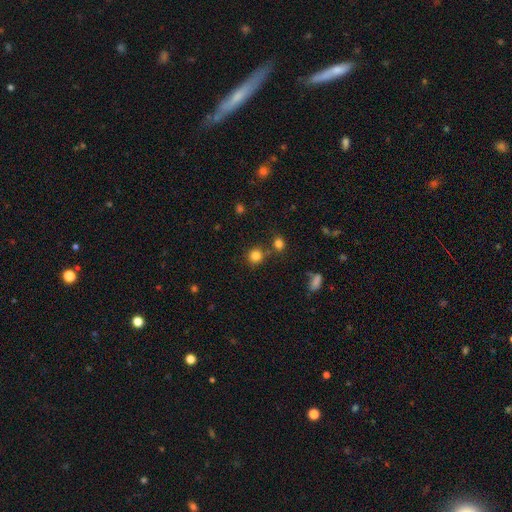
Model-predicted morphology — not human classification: Q: Smooth or featured?
A: smooth (82%); runner-up: star or artifact (13%)
Q: How rounded?
A: round (88%); runner-up: in between (11%)
Q: Merging?
A: none (74%); runner-up: merger (14%)